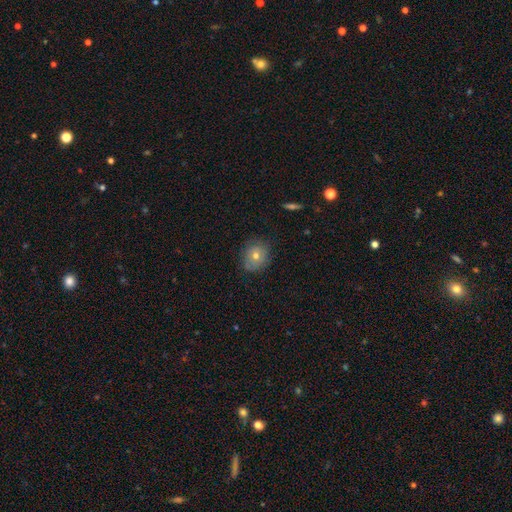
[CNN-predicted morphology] smooth-or-featured: smooth: 57% | featured or disk: 31% | star or artifact: 12%
  how-rounded: round: 70% | in between: 29% | cigar-shaped: 1%
  merging: none: 80% | minor disturbance: 15% | major disturbance: 4% | merger: 1%